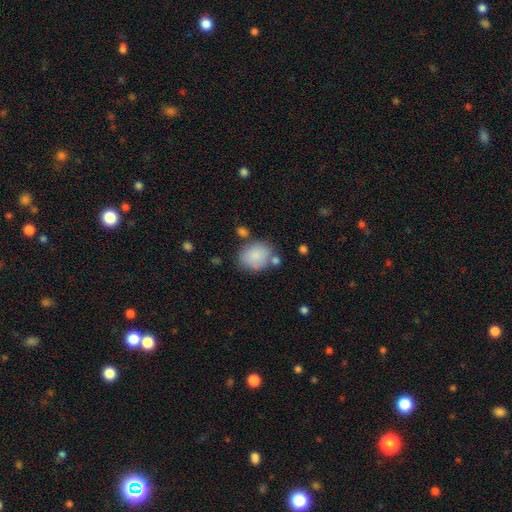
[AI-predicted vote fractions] A smooth galaxy with no disk features (85%) that is round (55%).

Vote fractions:
- Smooth or featured? smooth: 85% / featured or disk: 8% / star or artifact: 7%
- How rounded? round: 55% / in between: 44% / cigar-shaped: 1%
- Merging? none: 64% / minor disturbance: 18% / merger: 12% / major disturbance: 6%